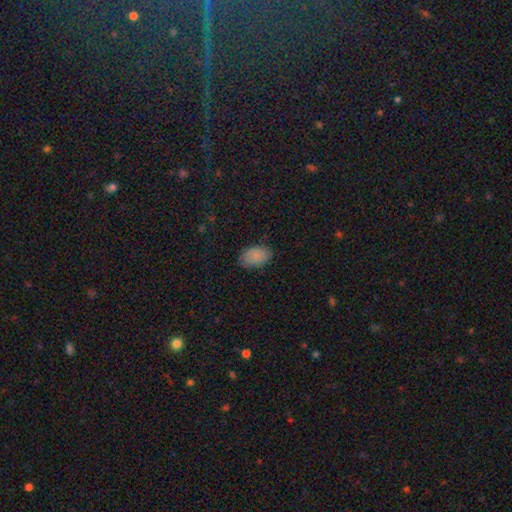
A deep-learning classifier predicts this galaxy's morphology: type=smooth (87%); roundness=in between (92%); merging=none (82%).